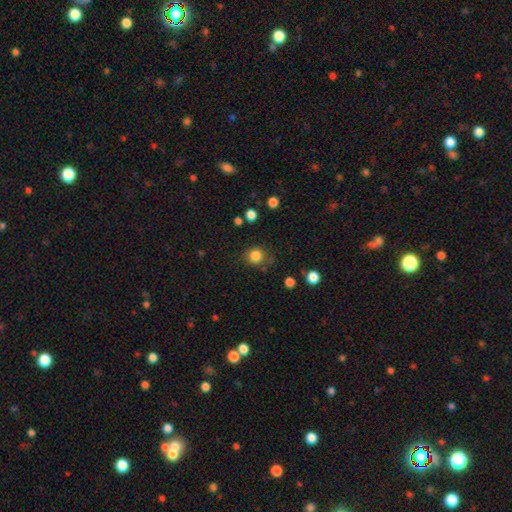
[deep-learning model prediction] Overall: smooth (84%). How rounded: round (87%). Merging: none (76%).